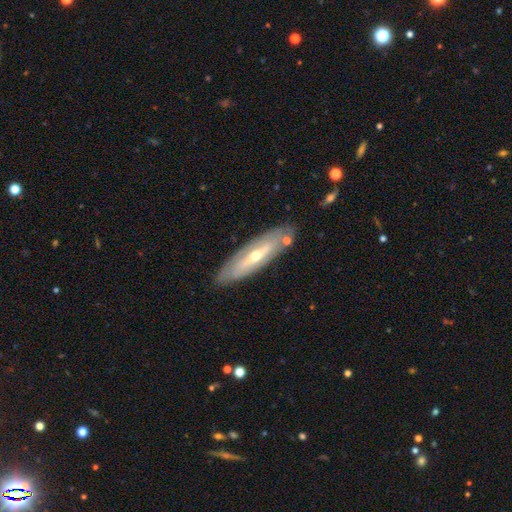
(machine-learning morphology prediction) type=featured or disk (64%); edge-on=no (60%); merging=none (82%).